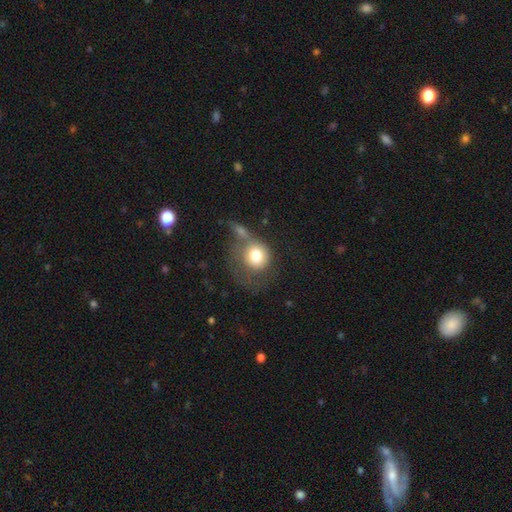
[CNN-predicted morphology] This is likely a smooth galaxy (74%). How rounded: clearly round (83%). Merging: marginally none (31%).